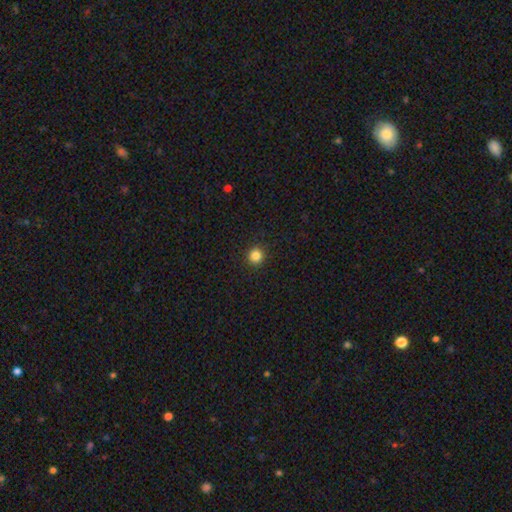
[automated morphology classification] Overall: smooth (84%). How rounded: round (93%). Merging: none (92%).